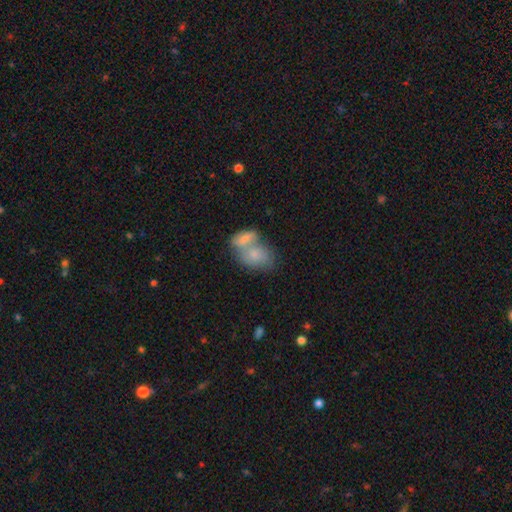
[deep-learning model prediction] Smooth or featured?
  - smooth: 73% *
  - featured or disk: 20%
  - star or artifact: 7%
How rounded?
  - in between: 84% *
  - round: 14%
  - cigar-shaped: 2%
Merging?
  - merger: 68% *
  - none: 20%
  - minor disturbance: 8%
  - major disturbance: 4%